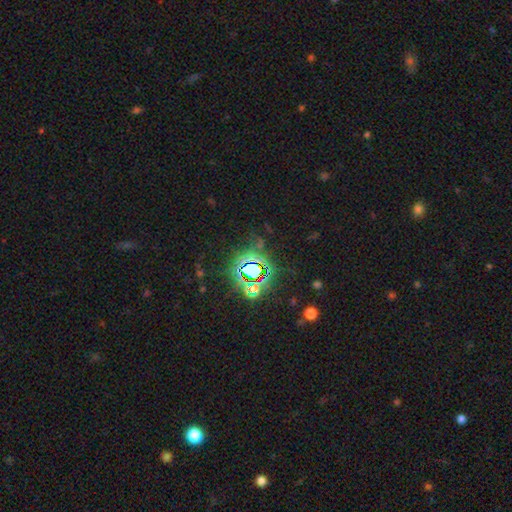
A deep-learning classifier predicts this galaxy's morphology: star or artifact 77%, smooth 14%, featured or disk 9%.